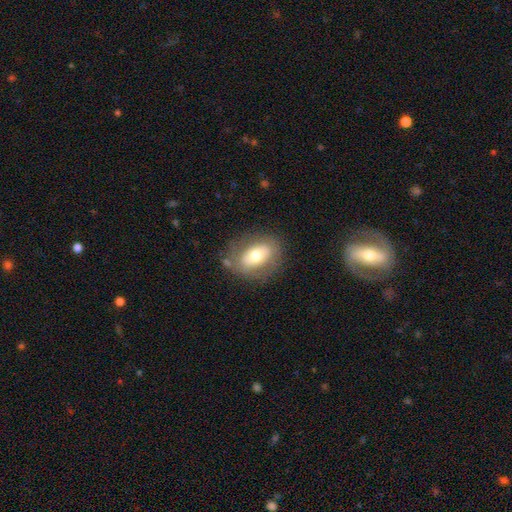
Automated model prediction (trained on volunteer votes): A smooth galaxy with no disk features (62%) that is in between round and cigar-shaped (82%). Merging: none (74%).